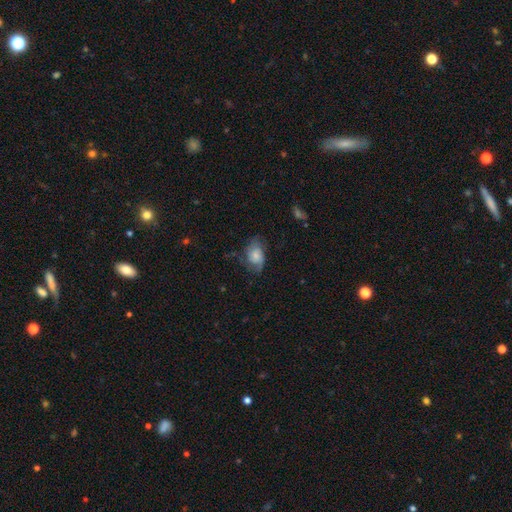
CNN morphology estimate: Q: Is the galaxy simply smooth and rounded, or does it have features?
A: smooth — 52%.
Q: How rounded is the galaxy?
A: in between — 82%.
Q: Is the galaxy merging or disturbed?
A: none — 53%.